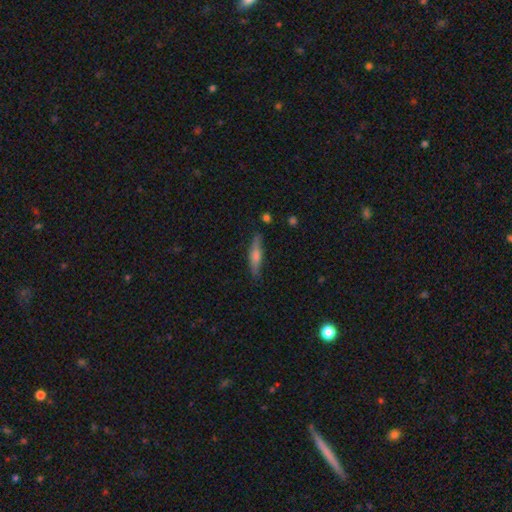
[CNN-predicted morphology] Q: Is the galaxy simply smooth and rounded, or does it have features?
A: smooth — 47%.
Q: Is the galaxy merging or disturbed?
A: none — 85%.